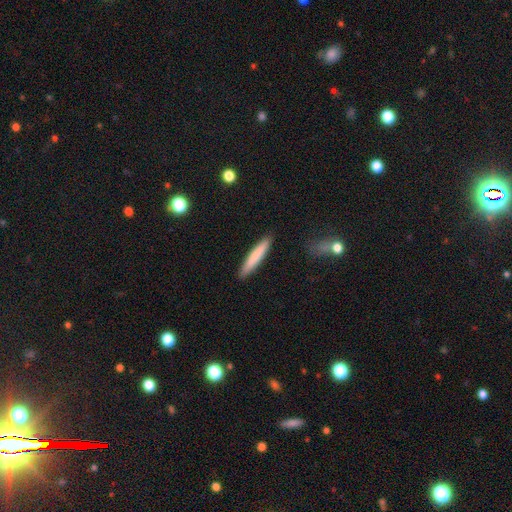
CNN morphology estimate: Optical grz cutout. It shows a smooth galaxy with no disk features (78%) that is cigar-shaped (93%). Merging: none (90%).